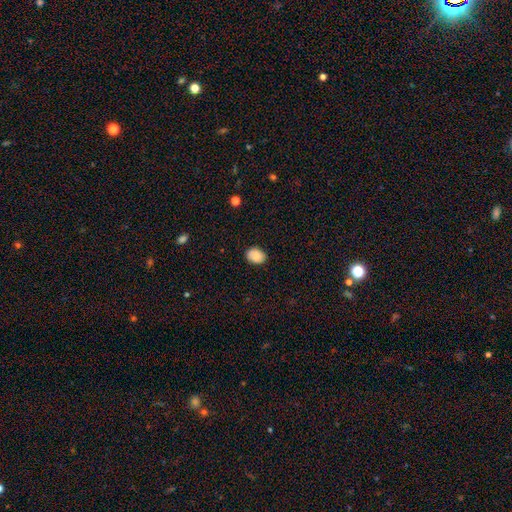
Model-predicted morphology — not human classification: Smooth or featured?
  - smooth: 86% *
  - star or artifact: 8%
  - featured or disk: 6%
How rounded?
  - in between: 67% *
  - round: 32%
  - cigar-shaped: 1%
Merging?
  - none: 85% *
  - minor disturbance: 12%
  - major disturbance: 2%
  - merger: 1%